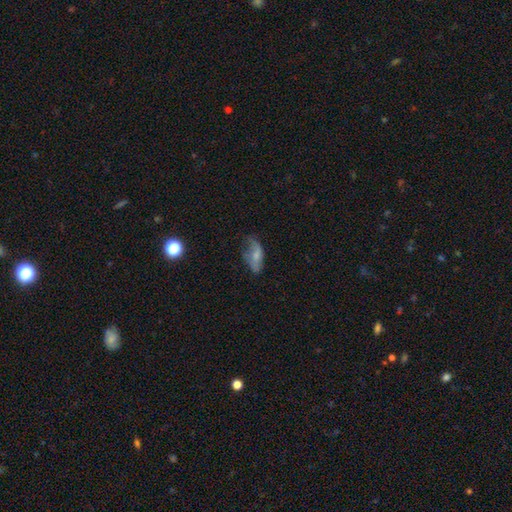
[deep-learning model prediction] This is possibly a smooth galaxy (59%). How rounded: clearly in between (86%). Merging: marginally none (41%).